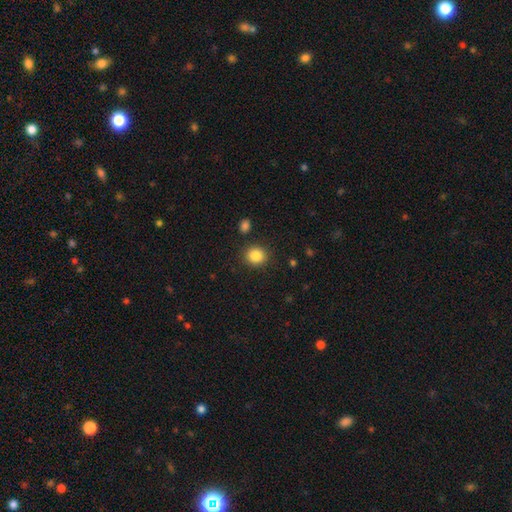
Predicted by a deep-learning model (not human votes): This is clearly a smooth galaxy (86%). How rounded: clearly round (81%). Merging: clearly none (88%).